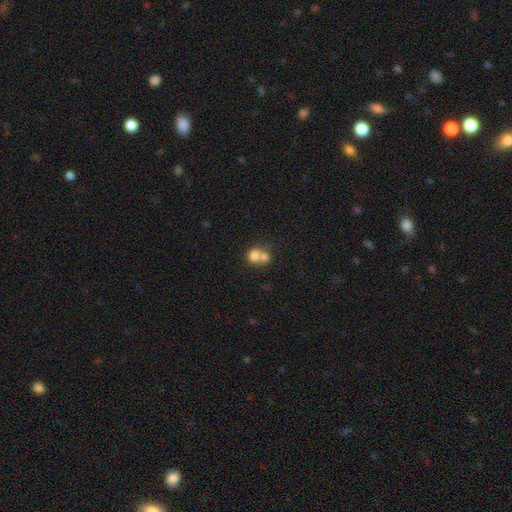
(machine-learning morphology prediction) smooth 74%, featured or disk 15%, star or artifact 10%. Down the decision tree: how rounded — round (76%); merging — merger (64%).